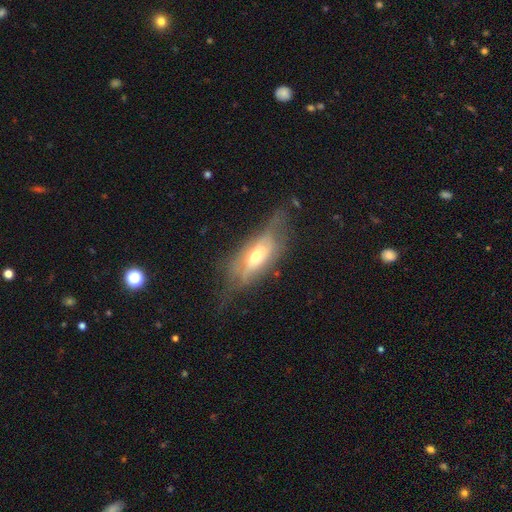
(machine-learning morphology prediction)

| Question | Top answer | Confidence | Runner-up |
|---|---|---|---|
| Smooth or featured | featured or disk | 59% | smooth (34%) |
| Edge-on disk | no | 56% | yes (44%) |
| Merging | none | 48% | minor disturbance (29%) |